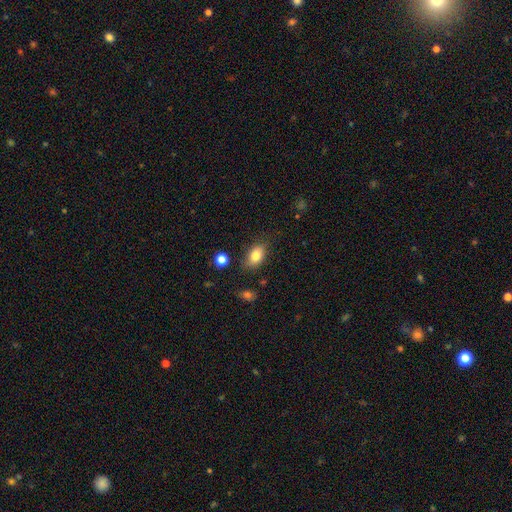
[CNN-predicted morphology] This appears to be a smooth galaxy with no disk features (81%) that is in between round and cigar-shaped (86%). Merging: none (77%).